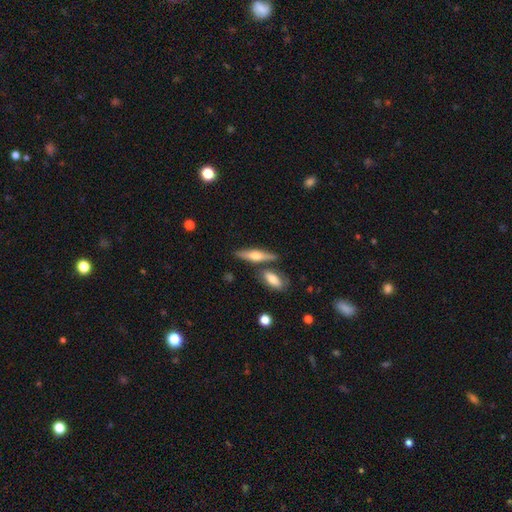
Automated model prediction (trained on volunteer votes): Morphology: type=featured or disk (54%); edge-on=yes (94%); edge-on bulge=rounded (89%); merging=none (72%).